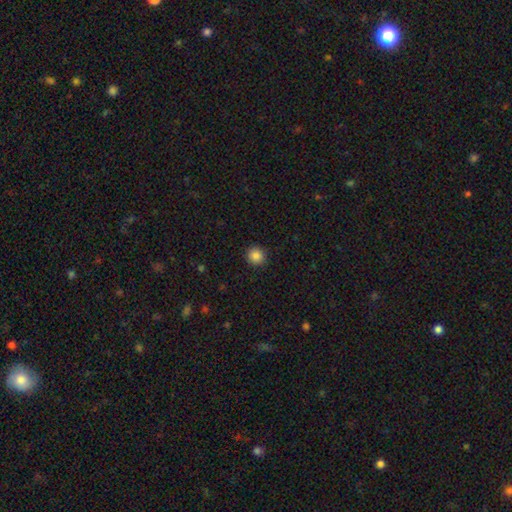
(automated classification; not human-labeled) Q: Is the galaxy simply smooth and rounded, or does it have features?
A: smooth — 86%.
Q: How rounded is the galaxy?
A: round — 92%.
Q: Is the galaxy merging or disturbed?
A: none — 92%.